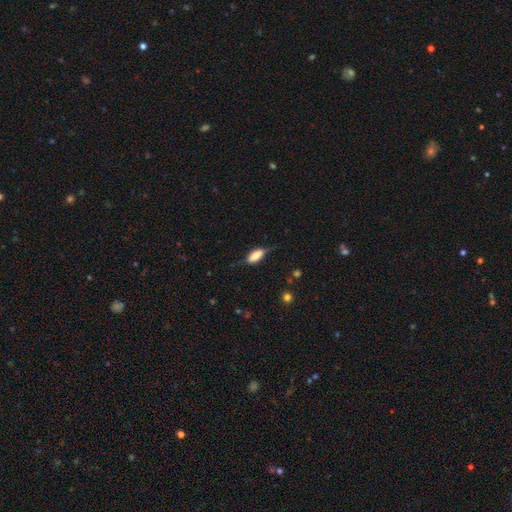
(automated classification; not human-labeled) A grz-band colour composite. It shows a smooth galaxy with no disk features (71%) that is in between round and cigar-shaped (75%). Merging: none (56%).